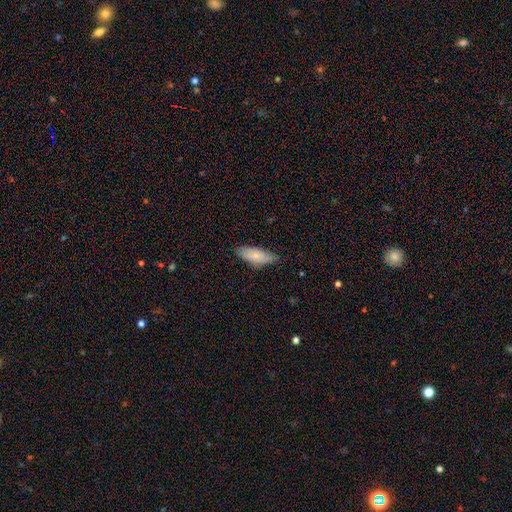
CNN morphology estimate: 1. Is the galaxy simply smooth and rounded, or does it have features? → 74% smooth, 20% featured or disk, 6% star or artifact.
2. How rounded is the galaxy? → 81% in between, 17% cigar-shaped, 2% round.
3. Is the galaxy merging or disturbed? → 70% none, 25% minor disturbance, 4% major disturbance, 1% merger.